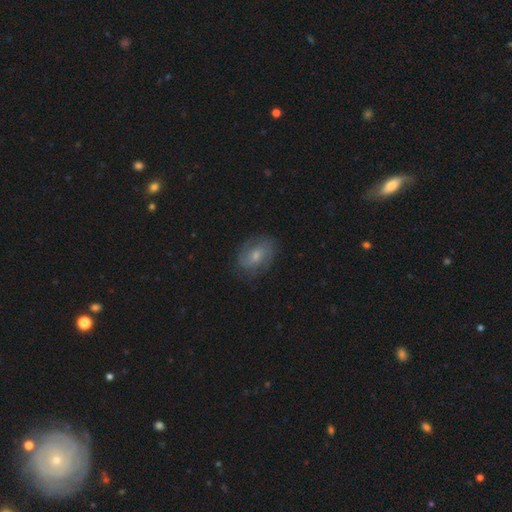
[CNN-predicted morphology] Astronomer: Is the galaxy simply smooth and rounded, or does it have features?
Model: featured or disk — 52% (runner-up: smooth, 39%).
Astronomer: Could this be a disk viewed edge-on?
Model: no — 95%.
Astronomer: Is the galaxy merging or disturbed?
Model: none — 75%.